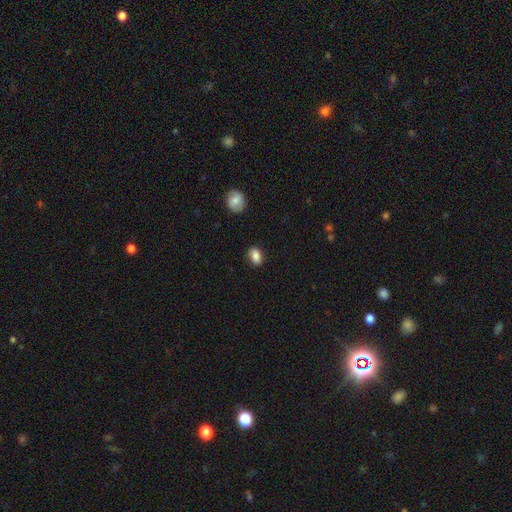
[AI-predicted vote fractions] smooth-or-featured: smooth: 87% | star or artifact: 8% | featured or disk: 5%
  how-rounded: in between: 82% | round: 16% | cigar-shaped: 2%
  merging: none: 86% | minor disturbance: 10% | major disturbance: 2% | merger: 1%